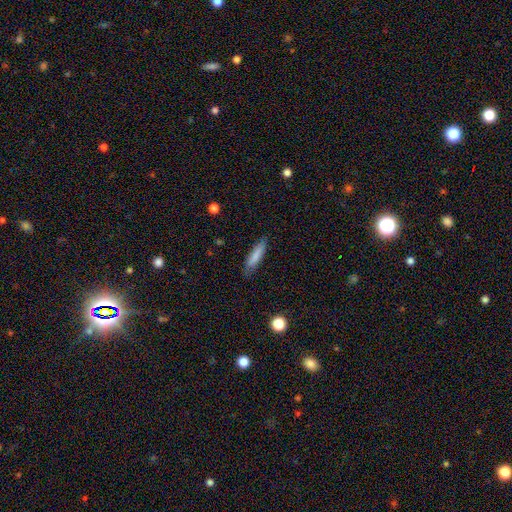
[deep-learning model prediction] Morphology: type=smooth (81%); roundness=cigar-shaped (76%); merging=none (81%).